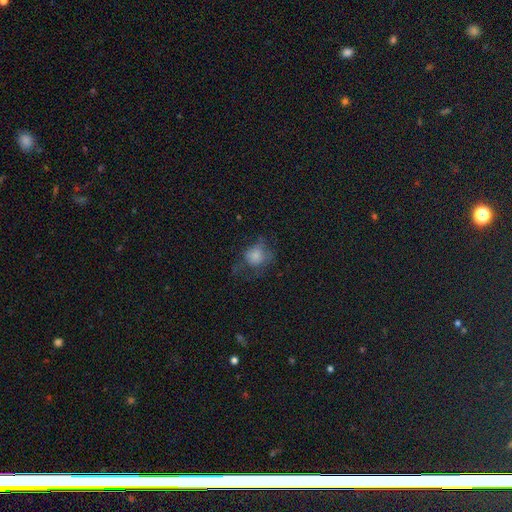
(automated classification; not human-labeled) Morphology: type=smooth (68%); roundness=round (68%); merging=none (42%).